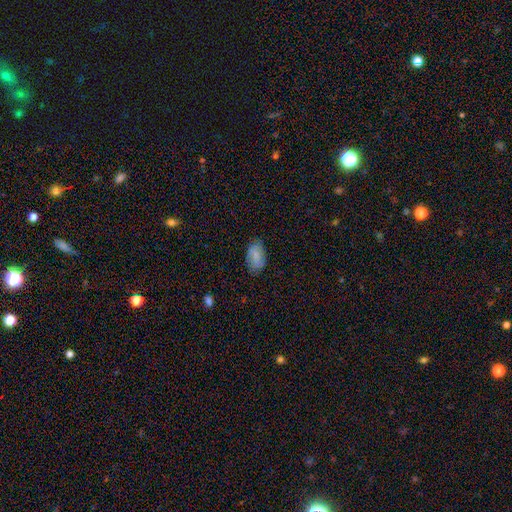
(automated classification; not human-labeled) The model was most divided on "merging": none: 78%, minor disturbance: 17%, major disturbance: 4%, merger: 1%. More confident: how rounded — in between (93%); smooth or featured — smooth (77%).